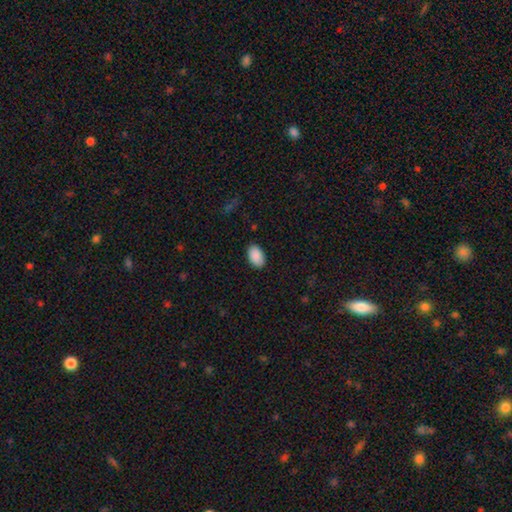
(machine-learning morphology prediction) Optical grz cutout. It shows a smooth galaxy with no disk features (90%) that is in between round and cigar-shaped (93%). Merging: none (87%).